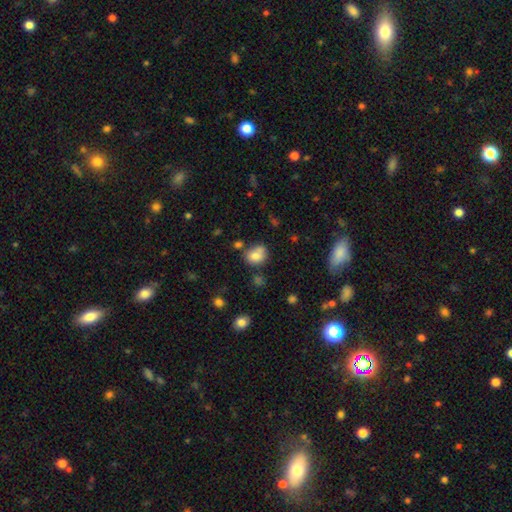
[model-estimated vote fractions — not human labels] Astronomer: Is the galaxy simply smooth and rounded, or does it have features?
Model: smooth — 77%.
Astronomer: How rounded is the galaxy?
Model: round — 51% (runner-up: in between, 48%).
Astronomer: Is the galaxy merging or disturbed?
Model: none — 52%.